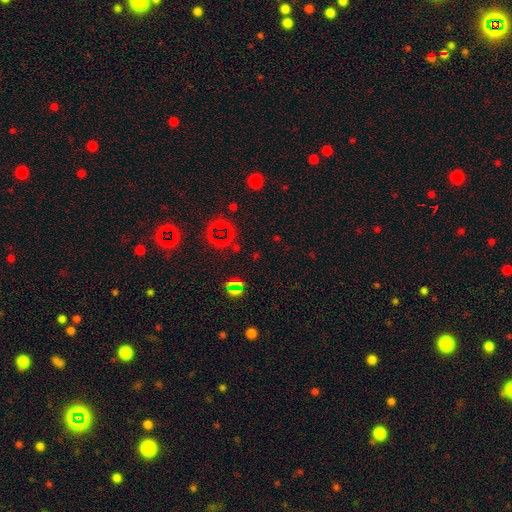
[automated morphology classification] A star or artifact, not a galaxy (69%).